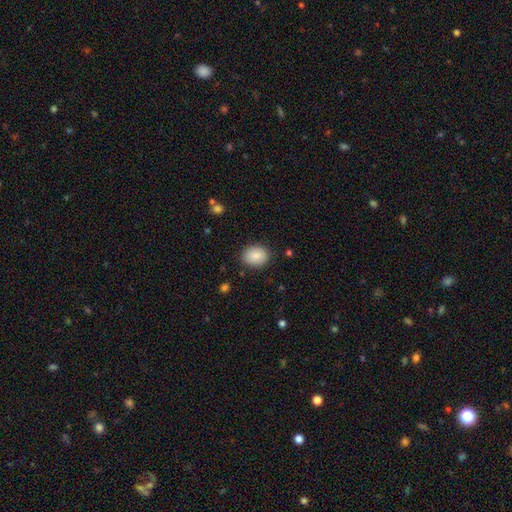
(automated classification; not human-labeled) Q: Smooth or featured?
A: smooth (86%); runner-up: star or artifact (8%)
Q: How rounded?
A: in between (58%); runner-up: round (41%)
Q: Merging?
A: none (86%); runner-up: minor disturbance (10%)